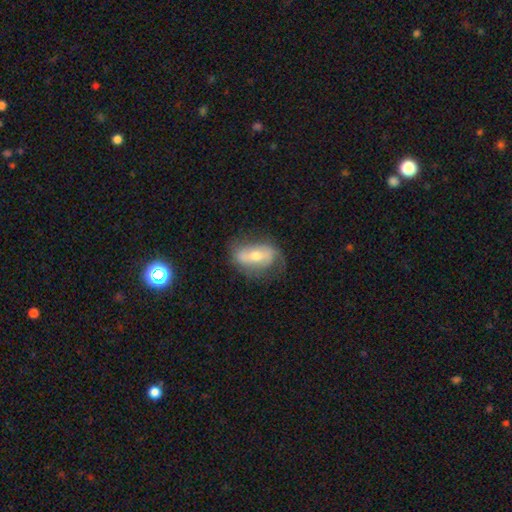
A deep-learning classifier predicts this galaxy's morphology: Smooth or featured? featured or disk (58%)
Edge-on disk? no (89%)
Bar? strong (37%)
Spiral arms? yes (69%)
Bulge size? moderate (63%)
Merging? none (57%)